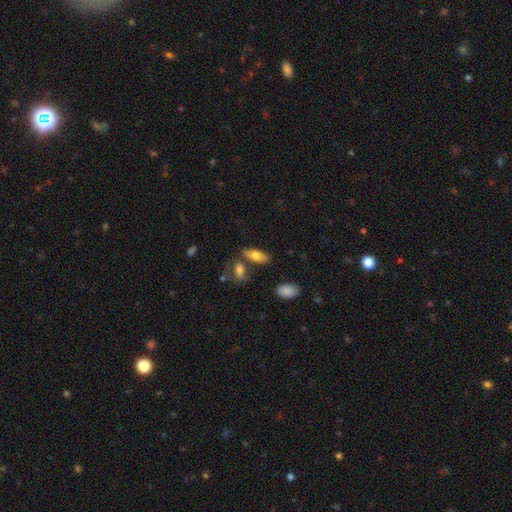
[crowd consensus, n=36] smooth-or-featured: smooth: 72% | featured or disk: 22% | star or artifact: 6%
  how-rounded: in between: 81% | cigar-shaped: 15% | round: 4%
  merging: none: 62% | minor disturbance: 18% | merger: 18% | major disturbance: 3%